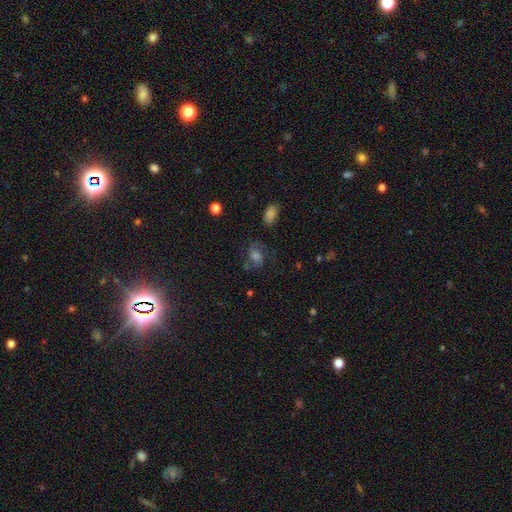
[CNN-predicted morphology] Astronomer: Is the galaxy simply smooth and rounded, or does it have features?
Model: featured or disk — 49% (runner-up: smooth, 27%).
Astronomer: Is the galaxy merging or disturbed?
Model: none — 68%.